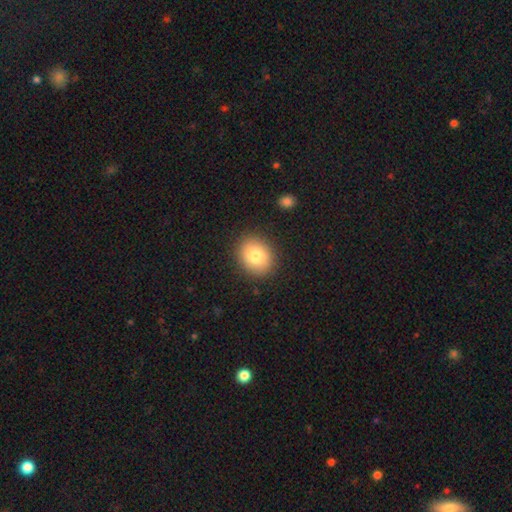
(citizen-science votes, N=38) Volunteers were most divided on "how rounded": round: 56%, in between: 44%, cigar-shaped: 0%. More confident: merging — none (89%); smooth or featured — smooth (84%).